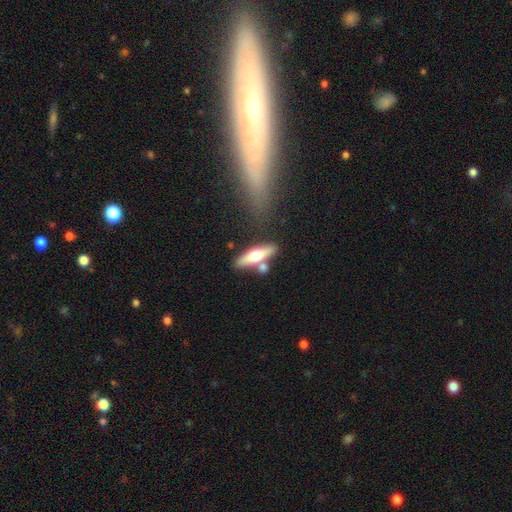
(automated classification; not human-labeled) Smooth or featured? smooth (51%)
How rounded? cigar-shaped (64%)
Merging? none (66%)